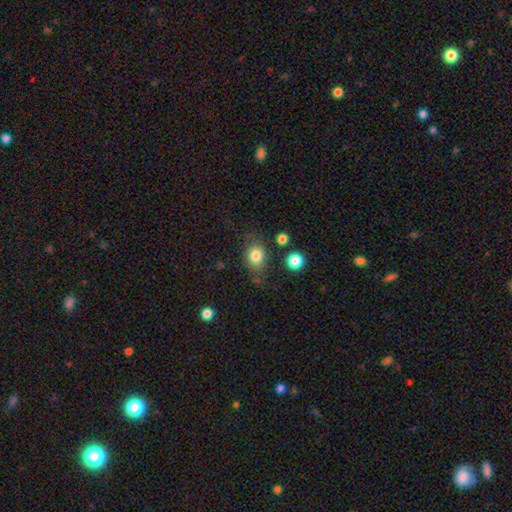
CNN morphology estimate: A smooth galaxy with no disk features (81%) that is in between round and cigar-shaped (55%). Merging: none (69%).